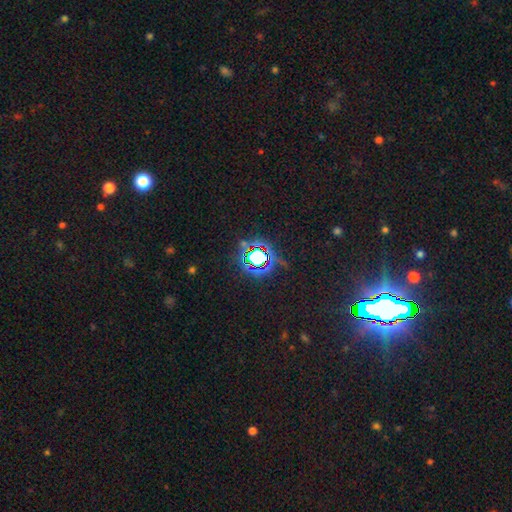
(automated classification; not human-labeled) Smooth or featured: star or artifact — 73% (smooth — 16%)